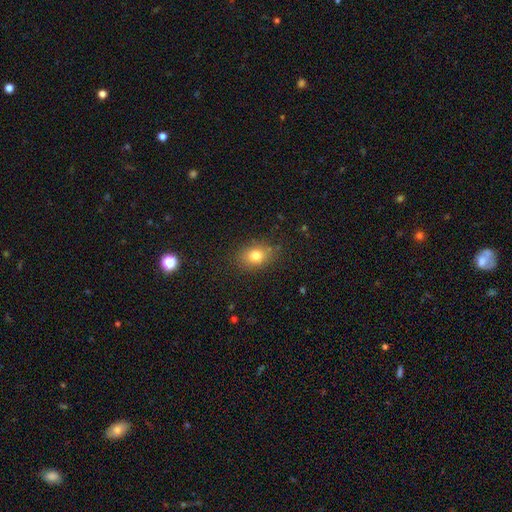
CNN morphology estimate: Overall: smooth (79%). How rounded: in between (64%; round 35%). Merging: none (81%).